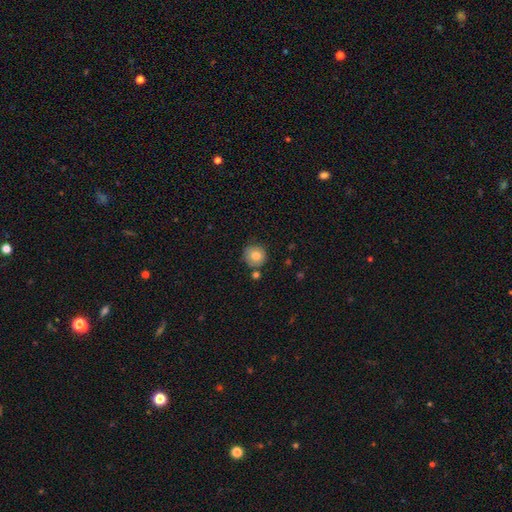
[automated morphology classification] Overall: smooth (79%). How rounded: round (91%). Merging: none (78%).